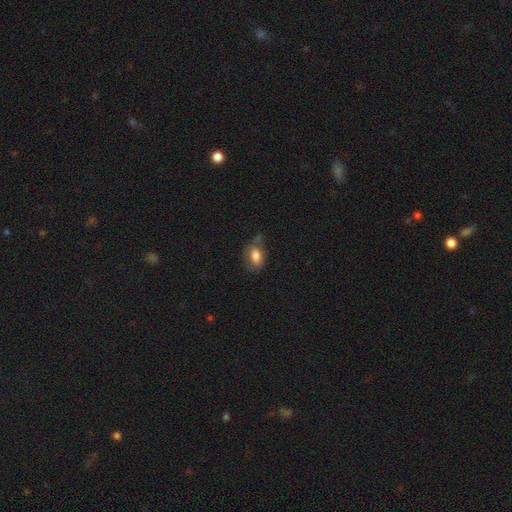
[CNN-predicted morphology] smooth-or-featured: smooth: 74% | featured or disk: 18% | star or artifact: 8%
  how-rounded: in between: 83% | round: 15% | cigar-shaped: 2%
  merging: none: 47% | minor disturbance: 32% | major disturbance: 17% | merger: 5%